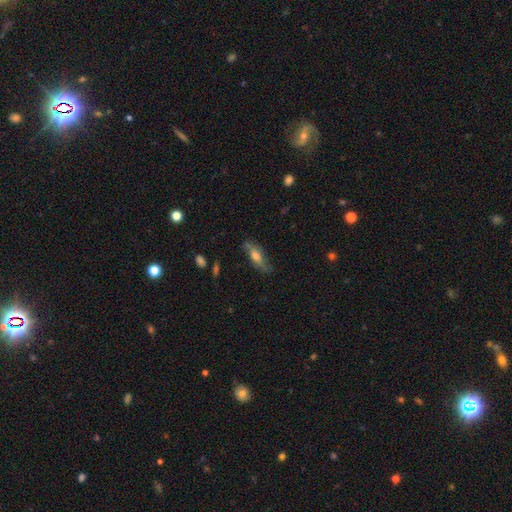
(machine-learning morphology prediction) Smooth or featured?
  - smooth: 46% * (tied)
  - featured or disk: 46% * (tied)
  - star or artifact: 8%
Merging?
  - none: 67% *
  - minor disturbance: 23%
  - major disturbance: 8%
  - merger: 3%